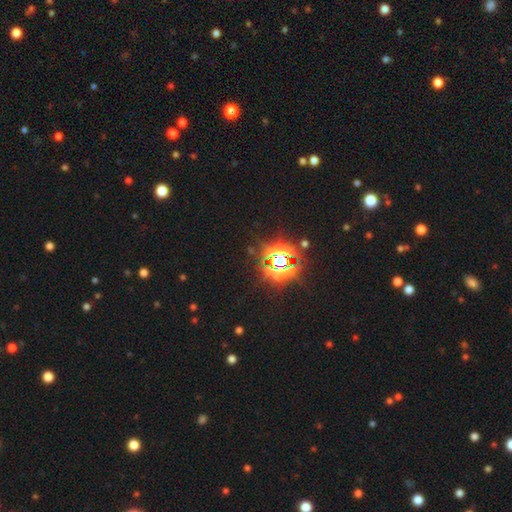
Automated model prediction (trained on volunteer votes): Q: Smooth or featured?
A: star or artifact (83%); runner-up: smooth (11%)